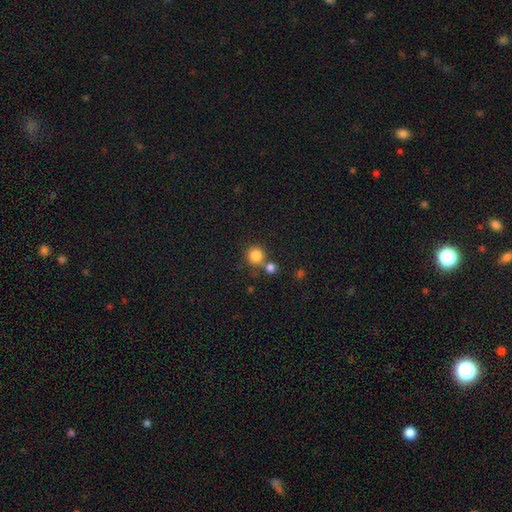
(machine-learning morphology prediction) smooth-or-featured: smooth: 83% | star or artifact: 11% | featured or disk: 5%
  how-rounded: round: 92% | in between: 7% | cigar-shaped: 1%
  merging: none: 64% | merger: 25% | minor disturbance: 8% | major disturbance: 3%